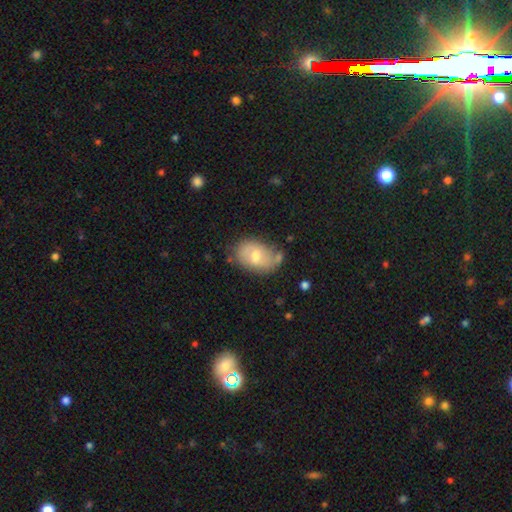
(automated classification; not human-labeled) smooth_or_featured: smooth (p=0.54) [alt: featured or disk p=0.39]
how_rounded: in between (p=0.82) [alt: round p=0.16]
merging: none (p=0.58) [alt: minor disturbance p=0.26]